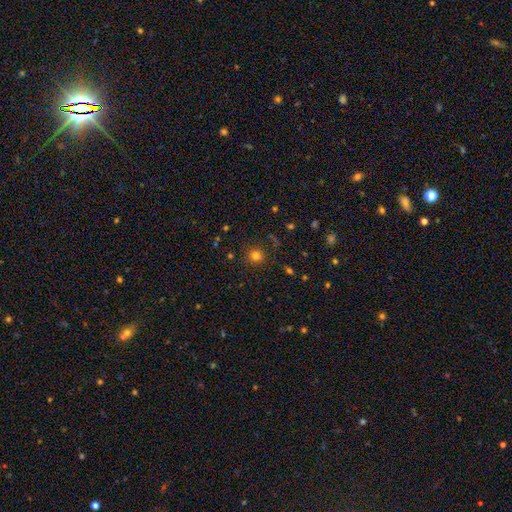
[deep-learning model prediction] This appears to be a smooth galaxy with no disk features (76%) that is round (88%). Merging: none (84%).